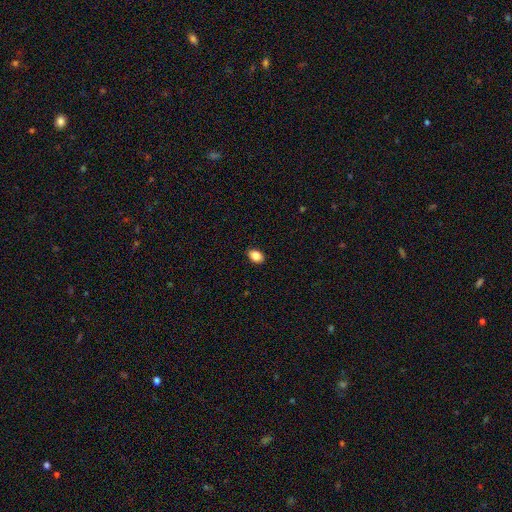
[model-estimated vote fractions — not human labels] smooth-or-featured: smooth: 87% | star or artifact: 8% | featured or disk: 5%
  how-rounded: in between: 81% | round: 18% | cigar-shaped: 1%
  merging: none: 88% | minor disturbance: 9% | major disturbance: 2% | merger: 1%